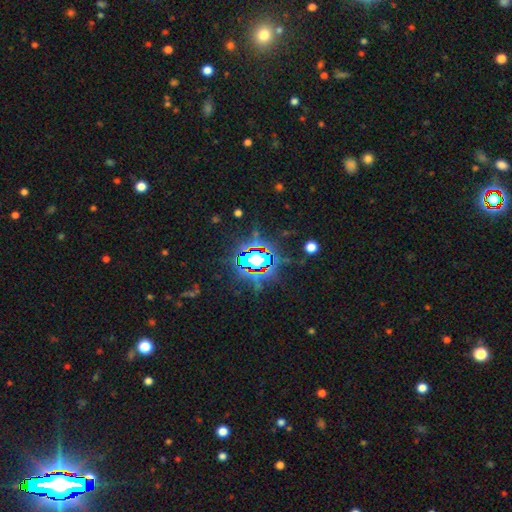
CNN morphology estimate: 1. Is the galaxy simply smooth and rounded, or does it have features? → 80% star or artifact, 11% smooth, 9% featured or disk.